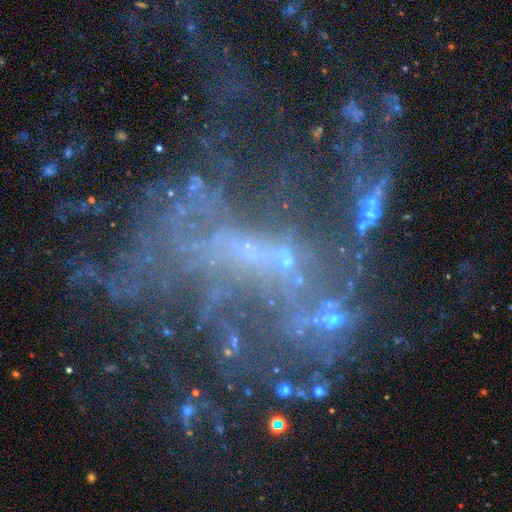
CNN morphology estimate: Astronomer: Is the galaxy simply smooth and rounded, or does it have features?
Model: featured or disk — 63%.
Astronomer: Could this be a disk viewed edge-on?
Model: no — 96%.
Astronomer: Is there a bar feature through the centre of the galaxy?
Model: no — 62%.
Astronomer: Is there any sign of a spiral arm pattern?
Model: no — 60% (runner-up: yes, 40%).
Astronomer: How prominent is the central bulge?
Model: none — 50% (runner-up: small, 40%).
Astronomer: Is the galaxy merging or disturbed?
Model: major disturbance — 37% (runner-up: none, 35%).